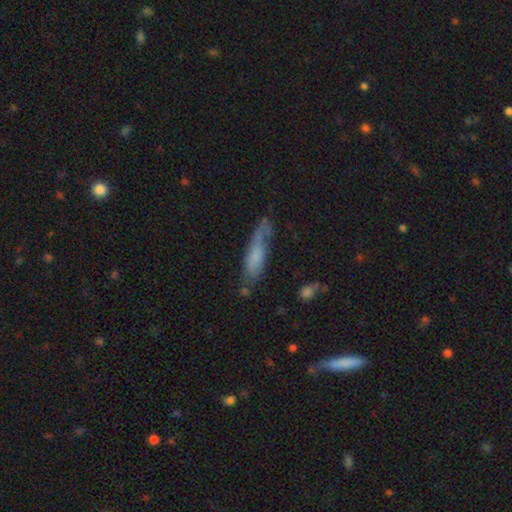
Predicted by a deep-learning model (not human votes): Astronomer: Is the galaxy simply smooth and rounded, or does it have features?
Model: smooth — 60%.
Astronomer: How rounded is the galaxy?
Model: cigar-shaped — 70%.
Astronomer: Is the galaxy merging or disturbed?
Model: none — 52% (runner-up: minor disturbance, 28%).